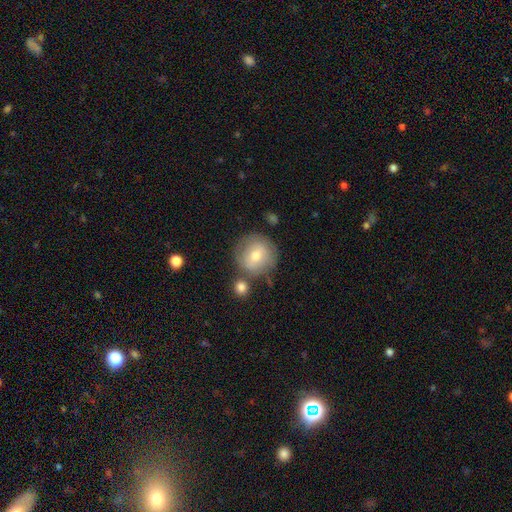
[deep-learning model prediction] smooth_or_featured: smooth (p=0.60) [alt: featured or disk p=0.31]
how_rounded: round (p=0.91) [alt: in between p=0.08]
merging: none (p=0.70) [alt: minor disturbance p=0.15]